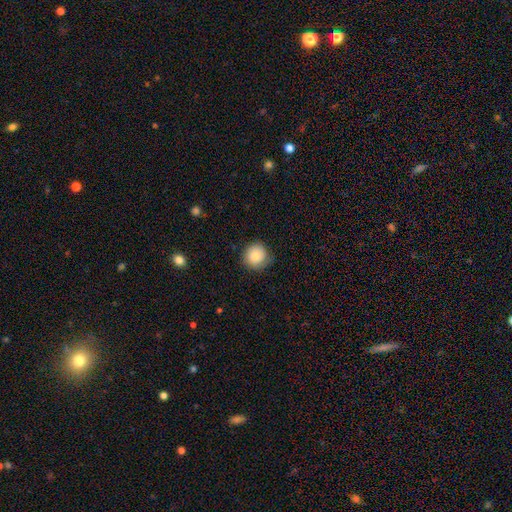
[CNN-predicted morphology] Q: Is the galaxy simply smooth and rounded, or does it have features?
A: smooth — 82%.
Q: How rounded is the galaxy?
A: round — 91%.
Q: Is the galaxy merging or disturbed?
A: none — 74%.